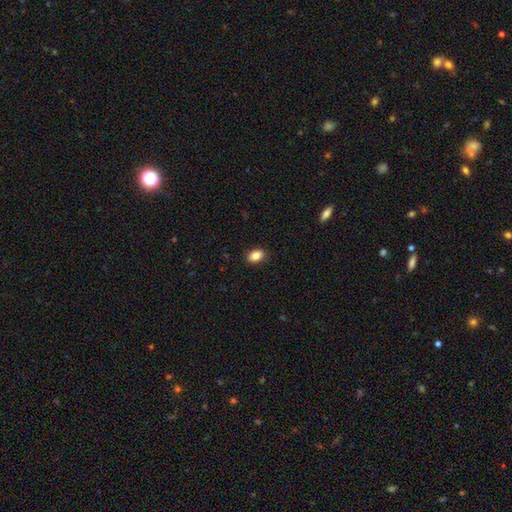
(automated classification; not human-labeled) The model was most divided on "how rounded": in between: 86%, round: 12%, cigar-shaped: 2%. More confident: merging — none (89%); smooth or featured — smooth (86%).